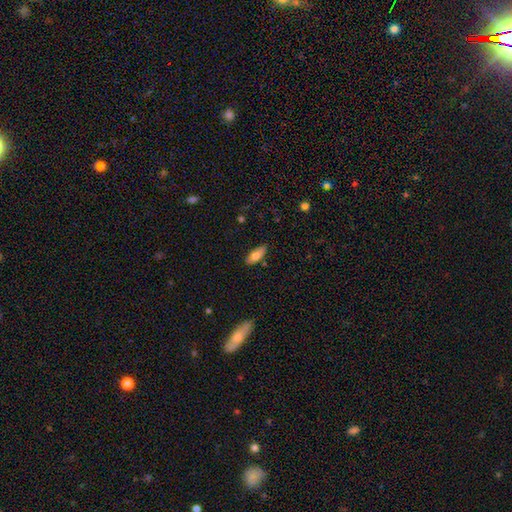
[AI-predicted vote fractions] Smooth or featured?
  - smooth: 73% *
  - featured or disk: 20%
  - star or artifact: 7%
How rounded?
  - in between: 80% *
  - cigar-shaped: 17%
  - round: 2%
Merging?
  - none: 82% *
  - minor disturbance: 14%
  - major disturbance: 2%
  - merger: 2%